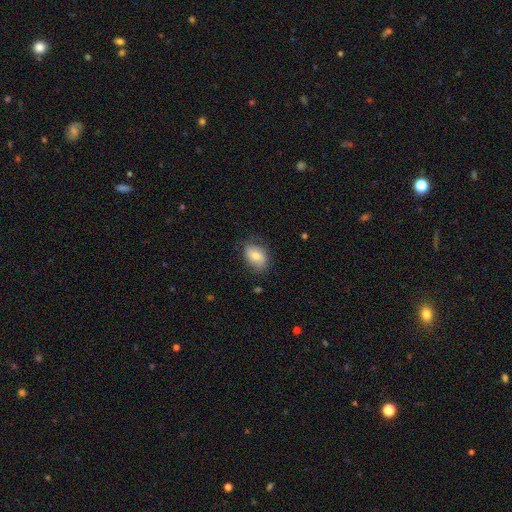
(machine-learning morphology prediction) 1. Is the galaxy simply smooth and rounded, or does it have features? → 72% smooth, 21% featured or disk, 8% star or artifact.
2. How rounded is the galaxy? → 79% in between, 20% round, 1% cigar-shaped.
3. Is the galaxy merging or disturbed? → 72% none, 22% minor disturbance, 5% major disturbance, 1% merger.